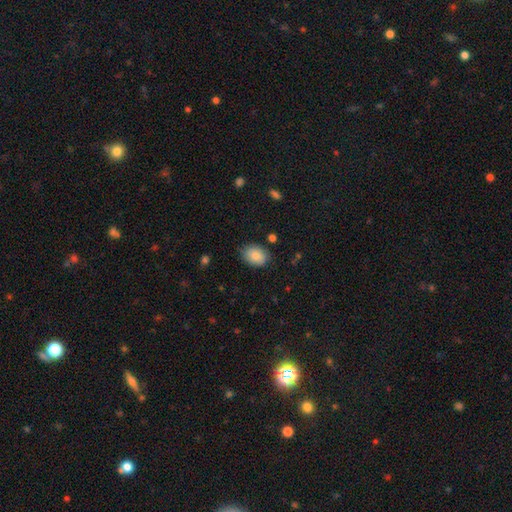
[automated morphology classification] Smooth or featured? Predicted: smooth (p=0.87). How rounded? Predicted: in between (p=0.71). Merging? Predicted: none (p=0.81).